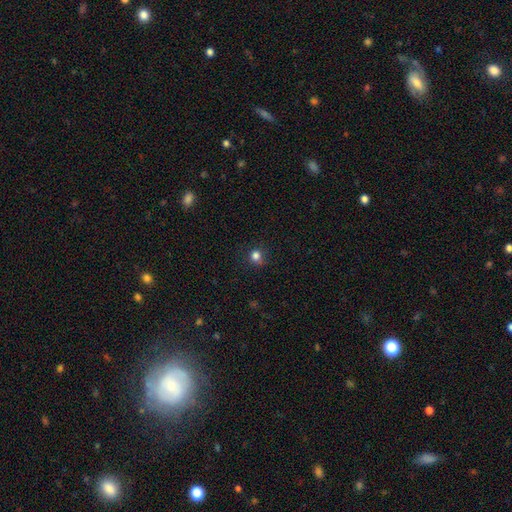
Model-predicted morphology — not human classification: This is clearly a smooth galaxy (80%). How rounded: clearly round (84%). Merging: likely none (79%).